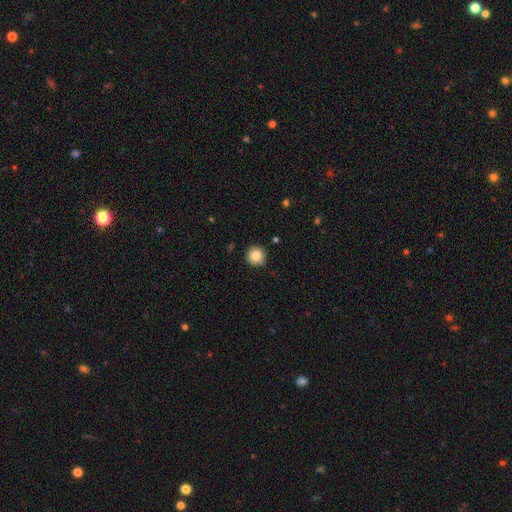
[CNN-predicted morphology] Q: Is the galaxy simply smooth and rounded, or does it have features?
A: smooth — 84%.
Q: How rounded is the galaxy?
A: round — 95%.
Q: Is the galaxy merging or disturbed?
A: none — 90%.